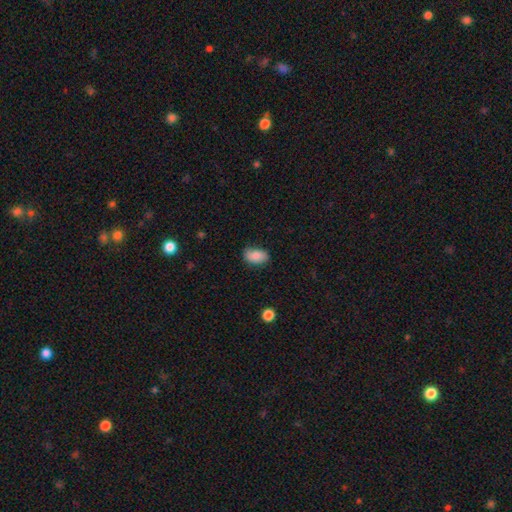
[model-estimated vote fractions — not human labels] Q: Smooth or featured?
A: smooth (83%); runner-up: featured or disk (9%)
Q: How rounded?
A: in between (90%); runner-up: round (9%)
Q: Merging?
A: none (72%); runner-up: minor disturbance (23%)